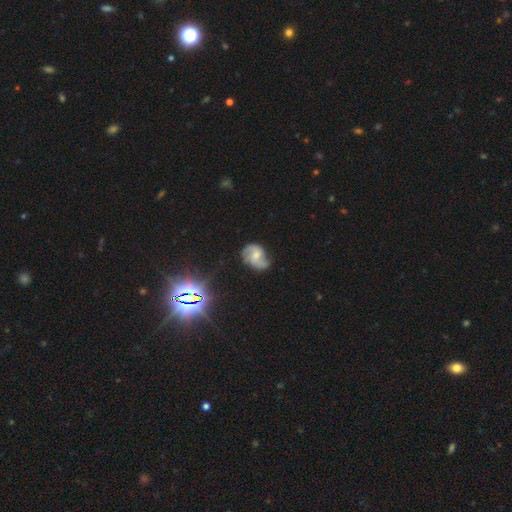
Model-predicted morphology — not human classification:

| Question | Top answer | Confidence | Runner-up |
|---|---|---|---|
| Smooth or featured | featured or disk | 73% | smooth (18%) |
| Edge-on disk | no | 97% | yes (3%) |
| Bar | no | 50% | weak (41%) |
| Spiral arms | yes | 93% | no (7%) |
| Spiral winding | medium | 46% | loose (36%) |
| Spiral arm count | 2 | 80% | can't tell (8%) |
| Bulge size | moderate | 44% | small (39%) |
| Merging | none | 62% | minor disturbance (25%) |